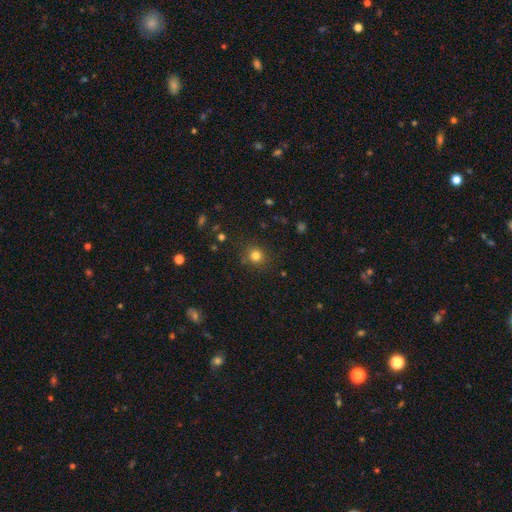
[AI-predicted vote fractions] This is clearly a smooth galaxy (80%). How rounded: clearly round (87%). Merging: clearly none (86%).